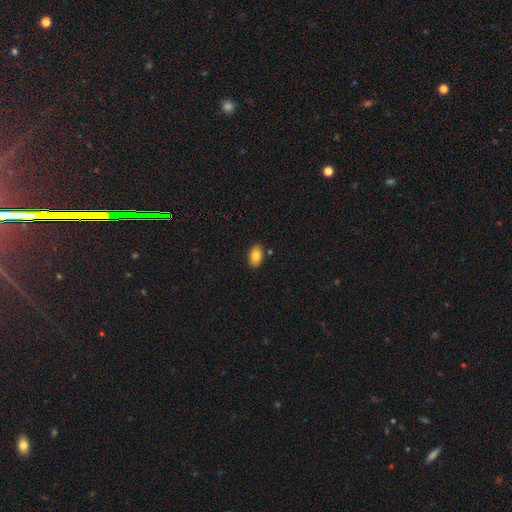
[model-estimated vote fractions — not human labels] This is clearly a smooth galaxy (82%). How rounded: clearly in between (90%). Merging: clearly none (86%).